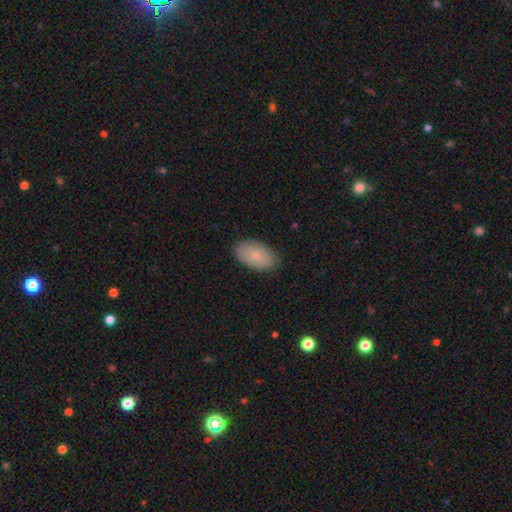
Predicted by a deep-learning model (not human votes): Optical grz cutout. It shows a smooth galaxy with no disk features (79%) that is in between round and cigar-shaped (93%). Merging: none (85%).